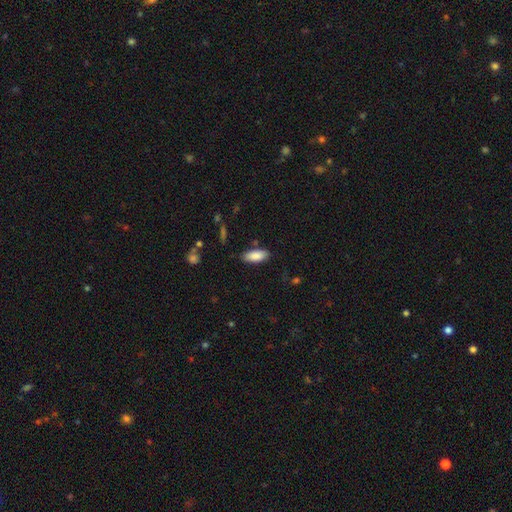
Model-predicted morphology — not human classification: Smooth or featured? smooth (87%)
How rounded? in between (84%)
Merging? none (83%)